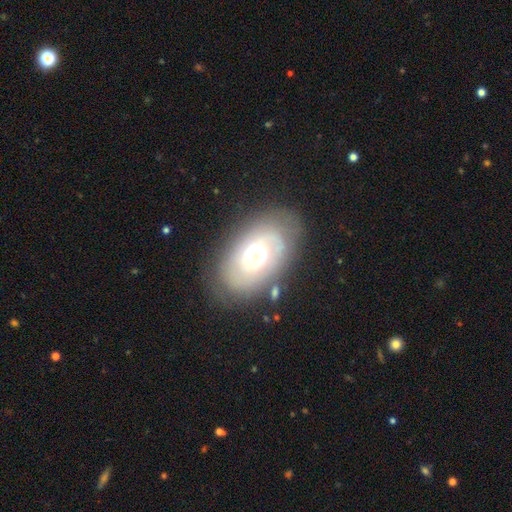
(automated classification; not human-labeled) Smooth or featured: featured or disk — 56% (smooth — 35%)
Edge-on disk: no — 93% (yes — 7%)
Bar: no — 80% (weak — 15%)
Spiral arms: no — 55% (yes — 45%)
Bulge size: large — 44% (moderate — 40%)
Merging: none — 74% (minor disturbance — 16%)